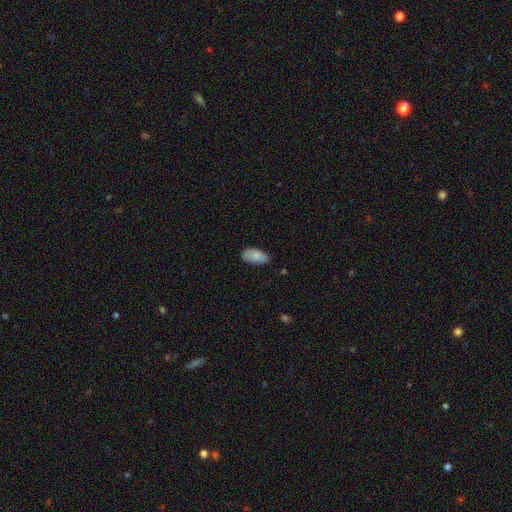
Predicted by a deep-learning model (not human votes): Smooth or featured?
  - smooth: 83% *
  - featured or disk: 10%
  - star or artifact: 7%
How rounded?
  - in between: 93% *
  - cigar-shaped: 4%
  - round: 3%
Merging?
  - none: 68% *
  - minor disturbance: 25%
  - major disturbance: 5%
  - merger: 2%